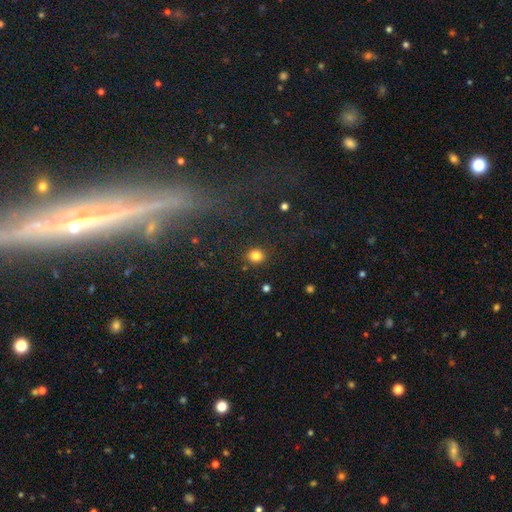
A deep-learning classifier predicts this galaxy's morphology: Q: Smooth or featured?
A: smooth (83%); runner-up: star or artifact (12%)
Q: How rounded?
A: round (82%); runner-up: in between (17%)
Q: Merging?
A: none (89%); runner-up: minor disturbance (7%)